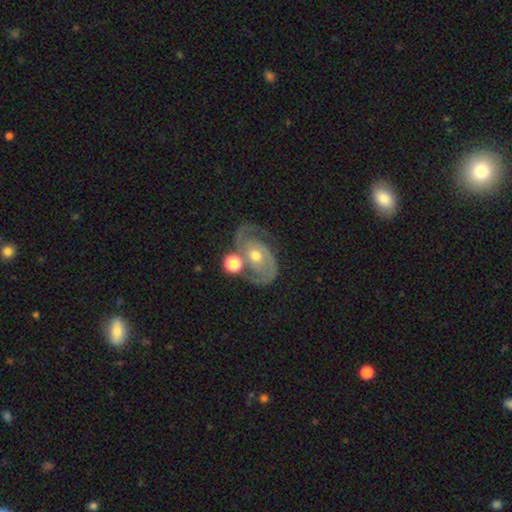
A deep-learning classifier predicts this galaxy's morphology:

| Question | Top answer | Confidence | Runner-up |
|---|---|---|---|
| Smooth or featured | featured or disk | 87% | smooth (7%) |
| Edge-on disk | no | 97% | yes (3%) |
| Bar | no | 69% | weak (24%) |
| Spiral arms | yes | 96% | no (4%) |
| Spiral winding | medium | 45% | tight (43%) |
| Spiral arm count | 2 | 90% | can't tell (3%) |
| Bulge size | moderate | 70% | small (24%) |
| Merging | none | 64% | minor disturbance (15%) |